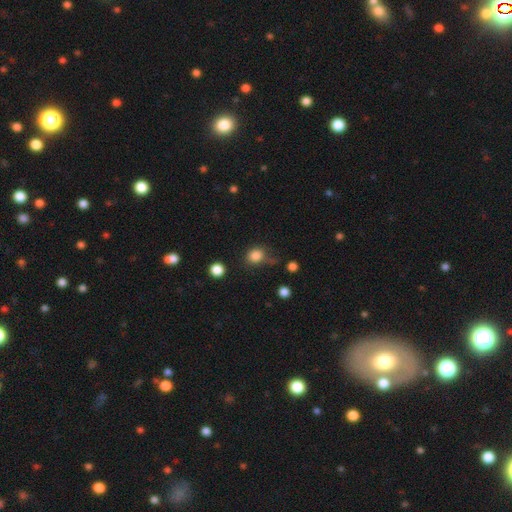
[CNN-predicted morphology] smooth 83%, star or artifact 12%, featured or disk 5%. Down the decision tree: how rounded — round (71%); merging — none (59%).